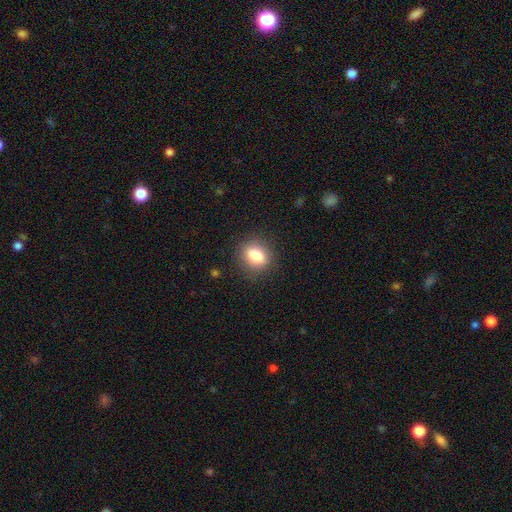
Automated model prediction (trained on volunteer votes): This is clearly a smooth galaxy (81%). How rounded: possibly in between (51%). Merging: clearly none (86%).